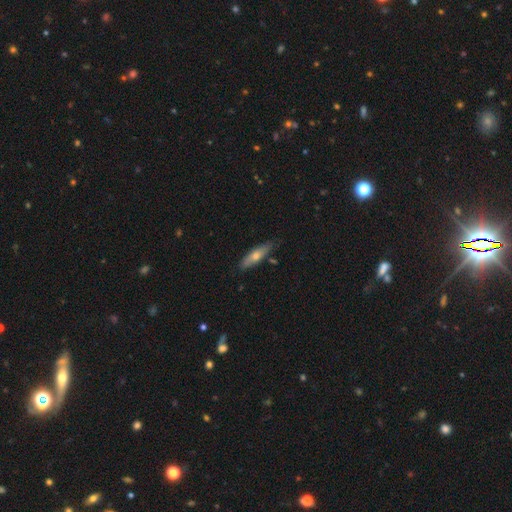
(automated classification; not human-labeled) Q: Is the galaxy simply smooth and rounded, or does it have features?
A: smooth — 50%.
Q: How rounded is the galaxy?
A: cigar-shaped — 73%.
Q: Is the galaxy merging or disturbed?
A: none — 84%.